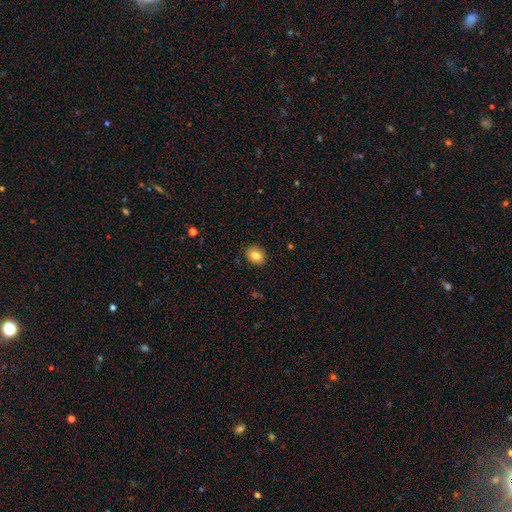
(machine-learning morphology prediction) Overall: smooth (84%). How rounded: in between (50%; round 49%). Merging: none (89%).